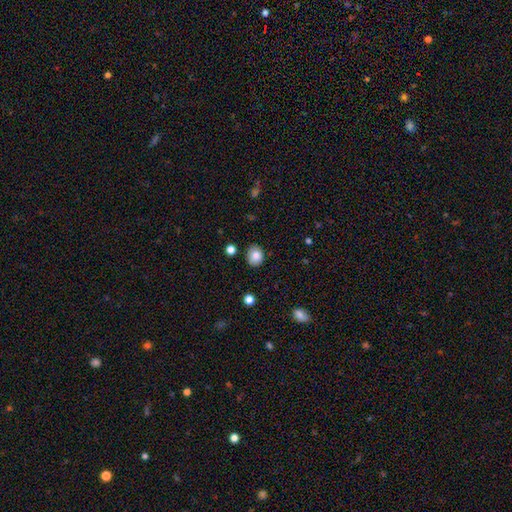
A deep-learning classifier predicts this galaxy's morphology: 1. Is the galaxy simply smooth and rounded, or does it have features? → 85% smooth, 9% star or artifact, 6% featured or disk.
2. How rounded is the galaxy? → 59% round, 41% in between, 1% cigar-shaped.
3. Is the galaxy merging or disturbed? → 81% none, 14% minor disturbance, 3% major disturbance, 2% merger.